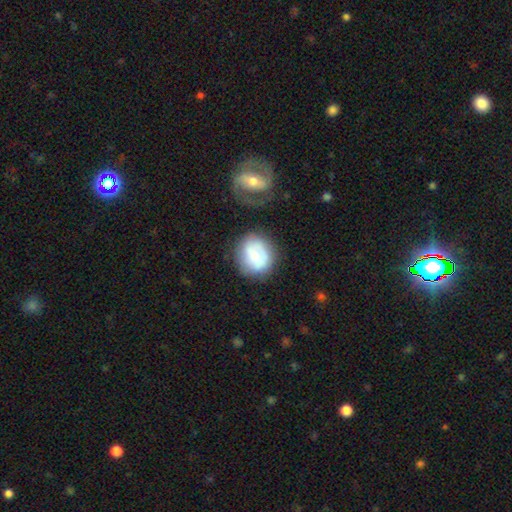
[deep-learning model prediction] Smooth or featured? smooth (59%)
How rounded? round (70%)
Merging? none (64%)